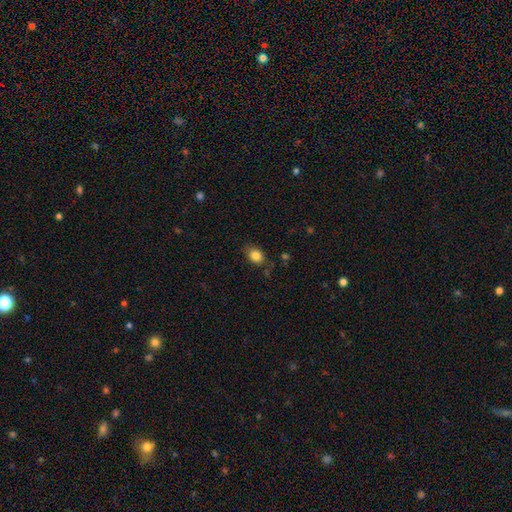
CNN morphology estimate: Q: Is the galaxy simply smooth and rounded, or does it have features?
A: smooth — 83%.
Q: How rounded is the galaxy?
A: in between — 67%.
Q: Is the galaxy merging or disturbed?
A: none — 79%.